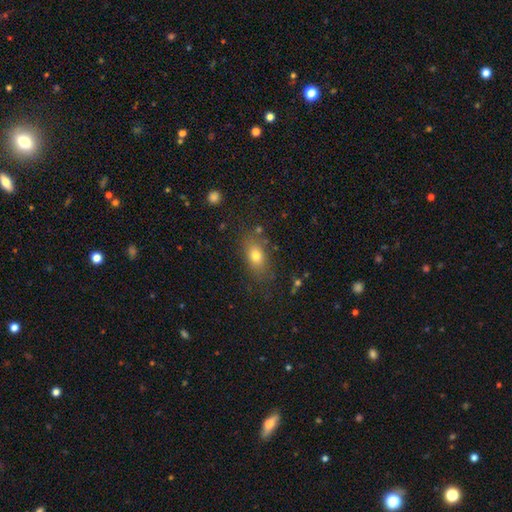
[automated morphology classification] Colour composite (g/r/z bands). It shows a smooth galaxy with no disk features (75%) that is in between round and cigar-shaped (77%). Merging: none (76%).